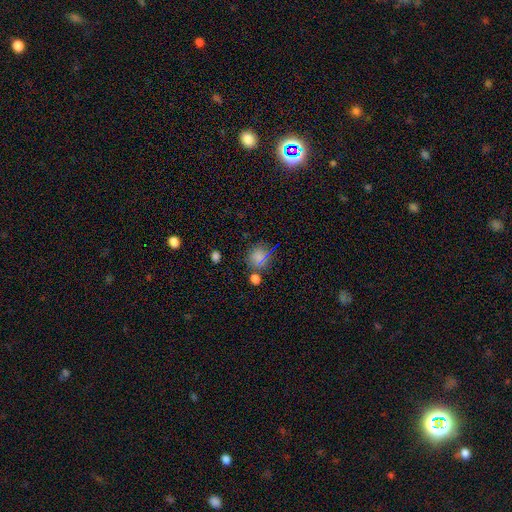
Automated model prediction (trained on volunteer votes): smooth_or_featured: smooth (p=0.56) [alt: star or artifact p=0.30]
how_rounded: round (p=0.81) [alt: in between p=0.18]
merging: none (p=0.65) [alt: minor disturbance p=0.17]